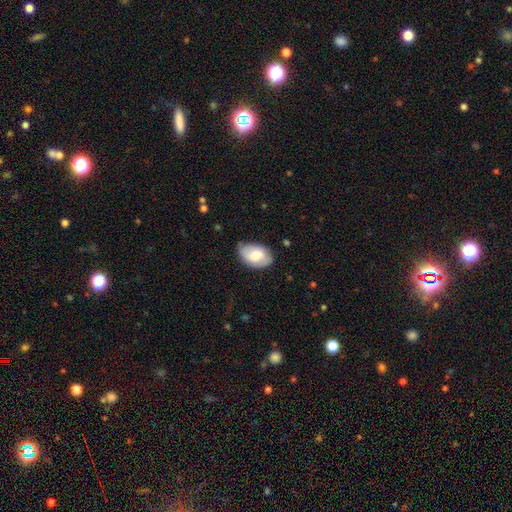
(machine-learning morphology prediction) Smooth or featured: smooth — 73% (featured or disk — 21%)
How rounded: in between — 92% (round — 7%)
Merging: none — 68% (minor disturbance — 26%)